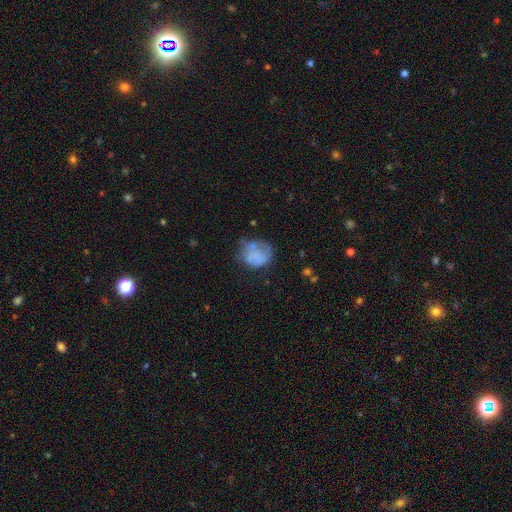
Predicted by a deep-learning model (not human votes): smooth-or-featured: smooth: 57% | featured or disk: 33% | star or artifact: 10%
  how-rounded: round: 68% | in between: 32% | cigar-shaped: 1%
  merging: none: 40% | minor disturbance: 29% | major disturbance: 24% | merger: 7%